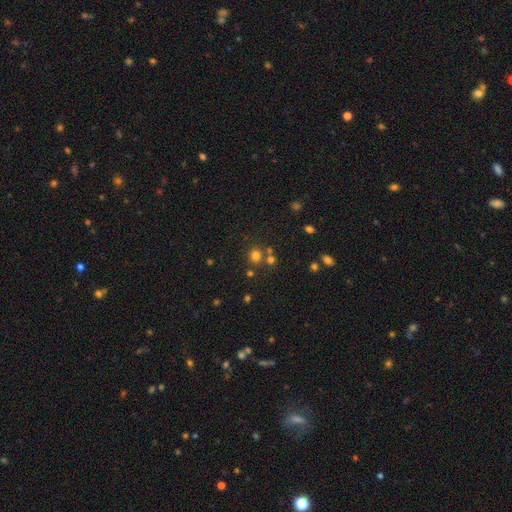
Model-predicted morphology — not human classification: The model was most divided on "smooth or featured": smooth: 72%, star or artifact: 20%, featured or disk: 7%. More confident: how rounded — round (89%); merging — none (71%).